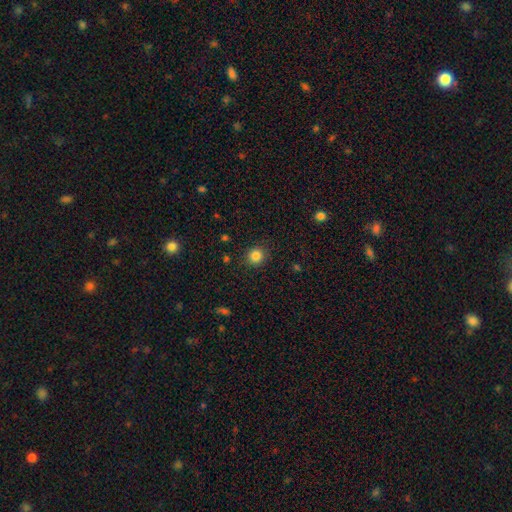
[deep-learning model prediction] Smooth or featured? smooth (84%)
How rounded? round (91%)
Merging? none (89%)